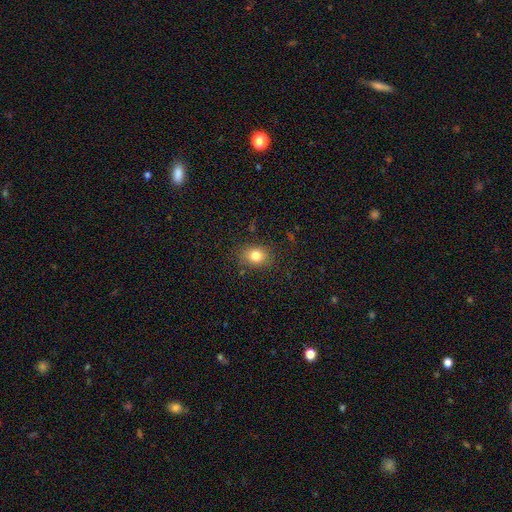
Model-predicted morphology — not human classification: The model was most divided on "how rounded": in between: 52%, round: 47%, cigar-shaped: 1%. More confident: merging — none (82%); smooth or featured — smooth (80%).